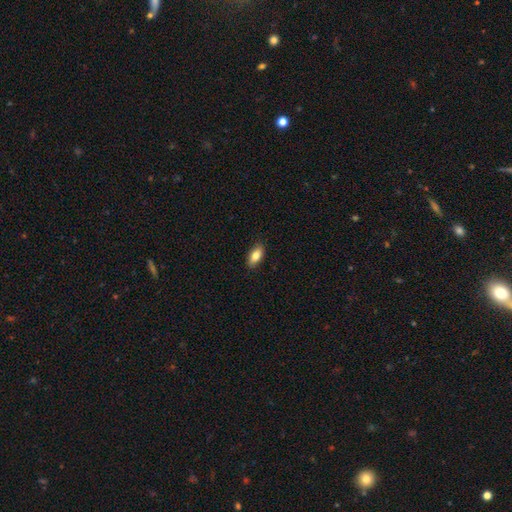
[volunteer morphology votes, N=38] Smooth or featured? smooth (84%)
How rounded? in between (84%)
Merging? none (97%)